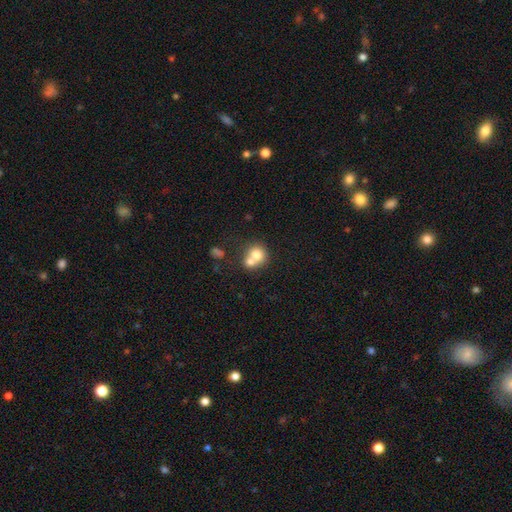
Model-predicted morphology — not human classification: smooth_or_featured: smooth (p=0.73) [alt: featured or disk p=0.17]
how_rounded: round (p=0.80) [alt: in between p=0.19]
merging: merger (p=0.58) [alt: none p=0.32]